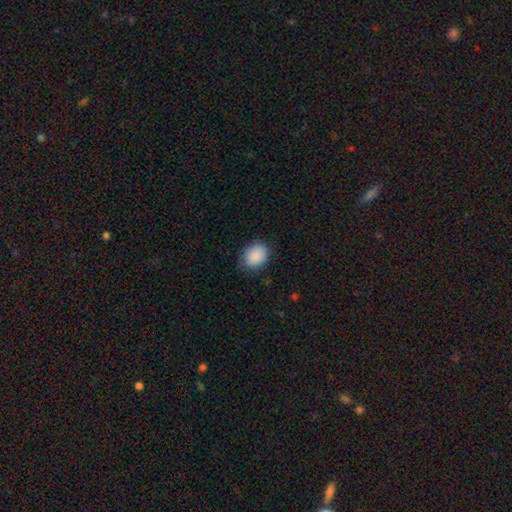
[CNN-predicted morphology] A smooth galaxy with no disk features (89%) that is in between round and cigar-shaped (53%).

Vote fractions:
- Smooth or featured? smooth: 89% / star or artifact: 7% / featured or disk: 3%
- How rounded? in between: 53% / round: 46% / cigar-shaped: 1%
- Merging? none: 80% / minor disturbance: 15% / major disturbance: 3% / merger: 1%